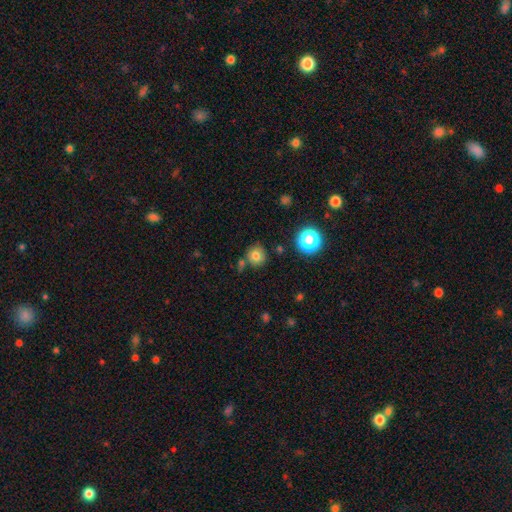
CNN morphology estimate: type=smooth (77%); roundness=round (91%); merging=none (77%).